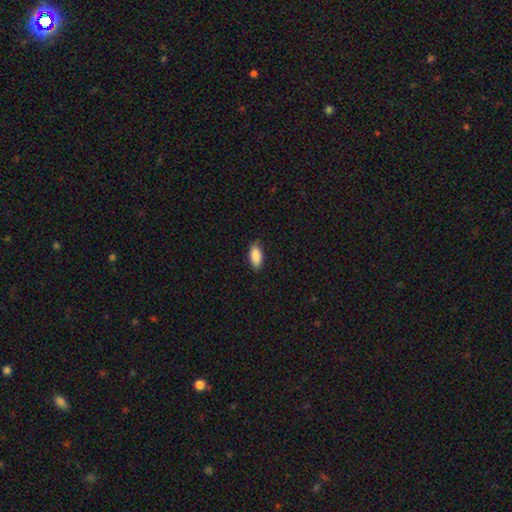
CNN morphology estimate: The model was most divided on "merging": none: 85%, minor disturbance: 12%, major disturbance: 2%, merger: 1%. More confident: smooth or featured — smooth (89%); how rounded — in between (88%).